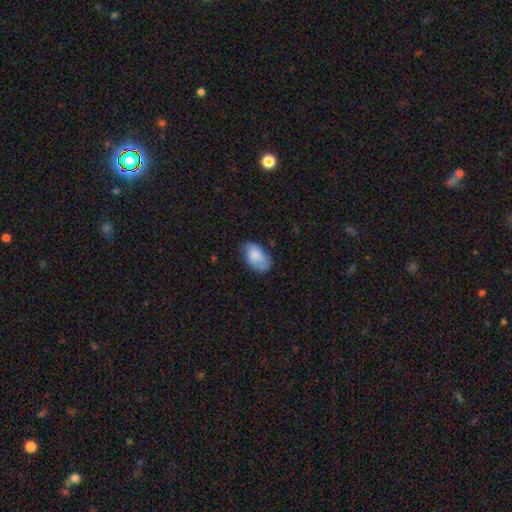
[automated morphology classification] smooth-or-featured: smooth: 70% | featured or disk: 23% | star or artifact: 7%
  how-rounded: in between: 93% | round: 5% | cigar-shaped: 1%
  merging: none: 63% | minor disturbance: 29% | major disturbance: 7% | merger: 2%